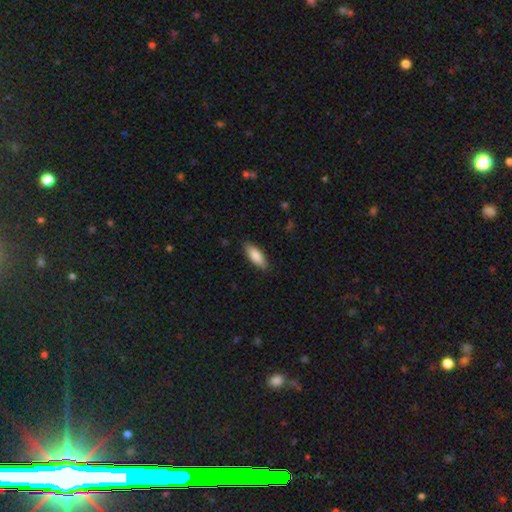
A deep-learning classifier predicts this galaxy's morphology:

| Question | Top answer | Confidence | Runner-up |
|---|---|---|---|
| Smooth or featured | smooth | 85% | featured or disk (9%) |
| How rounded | in between | 73% | cigar-shaped (26%) |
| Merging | none | 86% | minor disturbance (11%) |